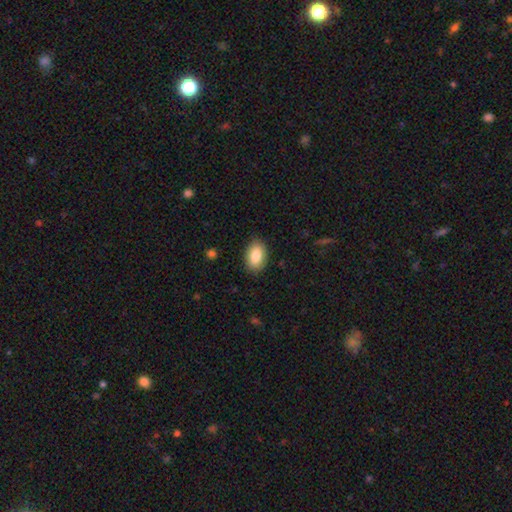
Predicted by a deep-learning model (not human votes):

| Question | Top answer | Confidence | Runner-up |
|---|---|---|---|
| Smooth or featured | smooth | 87% | star or artifact (7%) |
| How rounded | in between | 91% | round (8%) |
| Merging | none | 88% | minor disturbance (9%) |